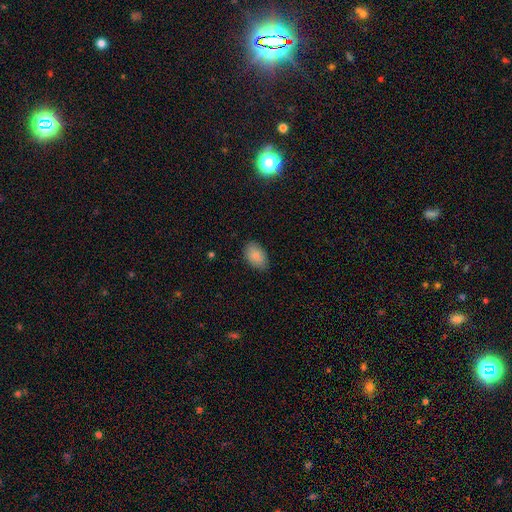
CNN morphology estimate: smooth 86%, star or artifact 7%, featured or disk 7%. Down the decision tree: how rounded — in between (90%); merging — none (83%).